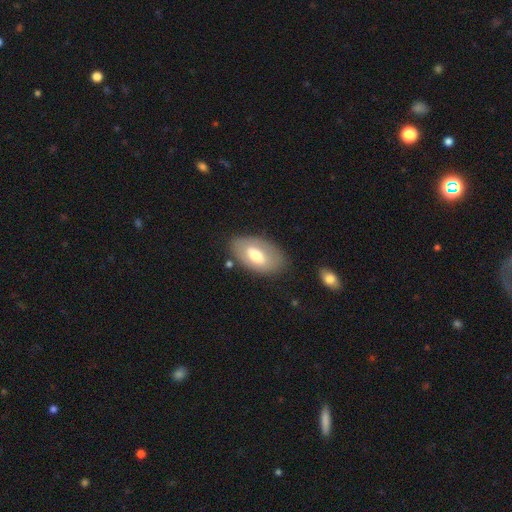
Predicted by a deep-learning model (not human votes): smooth_or_featured: smooth (p=0.57) [alt: featured or disk p=0.37]
how_rounded: in between (p=0.94) [alt: round p=0.04]
merging: none (p=0.76) [alt: minor disturbance p=0.16]